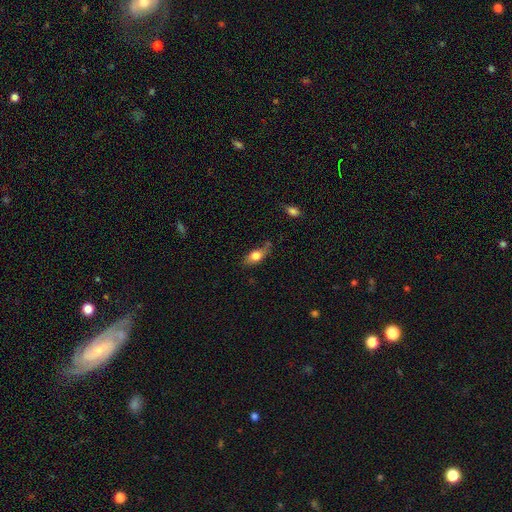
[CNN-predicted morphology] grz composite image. It shows a smooth galaxy with no disk features (73%) that is in between round and cigar-shaped (77%). Merging: none (58%).